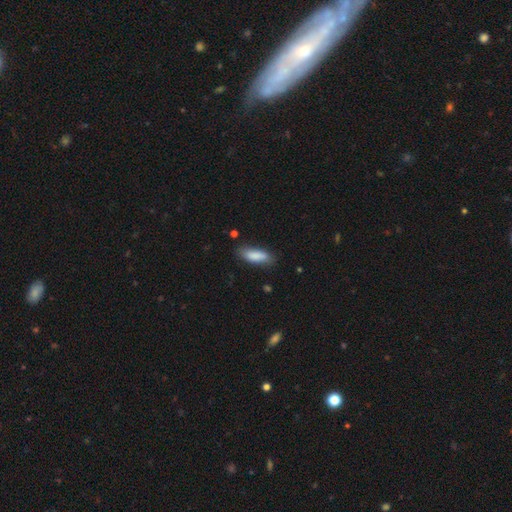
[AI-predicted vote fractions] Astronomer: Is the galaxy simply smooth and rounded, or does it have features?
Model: smooth — 86%.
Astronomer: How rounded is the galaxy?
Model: in between — 62% (runner-up: cigar-shaped, 37%).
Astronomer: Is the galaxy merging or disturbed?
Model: none — 79%.